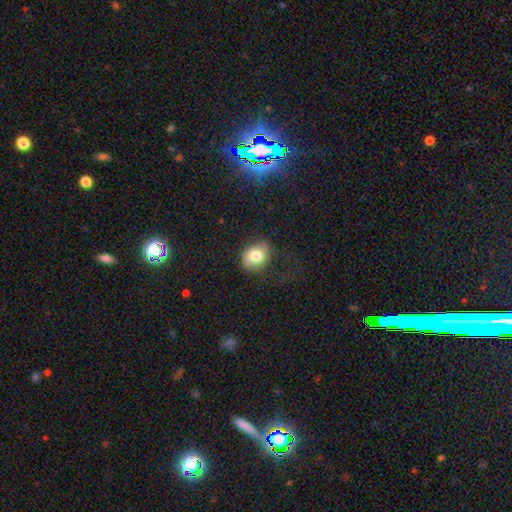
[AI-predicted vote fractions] Smooth or featured?
  - smooth: 75% *
  - featured or disk: 17%
  - star or artifact: 8%
How rounded?
  - round: 51% *
  - in between: 48%
  - cigar-shaped: 1%
Merging?
  - none: 53% *
  - minor disturbance: 25%
  - major disturbance: 21%
  - merger: 2%